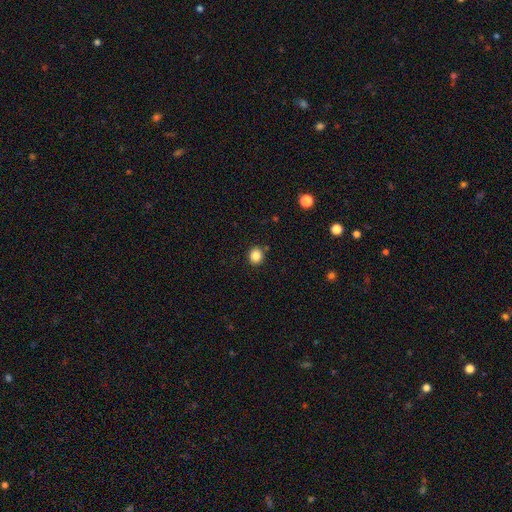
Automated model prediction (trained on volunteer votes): Smooth or featured?
  - smooth: 85% *
  - star or artifact: 11%
  - featured or disk: 4%
How rounded?
  - round: 86% *
  - in between: 13%
  - cigar-shaped: 1%
Merging?
  - none: 87% *
  - minor disturbance: 8%
  - merger: 3%
  - major disturbance: 2%